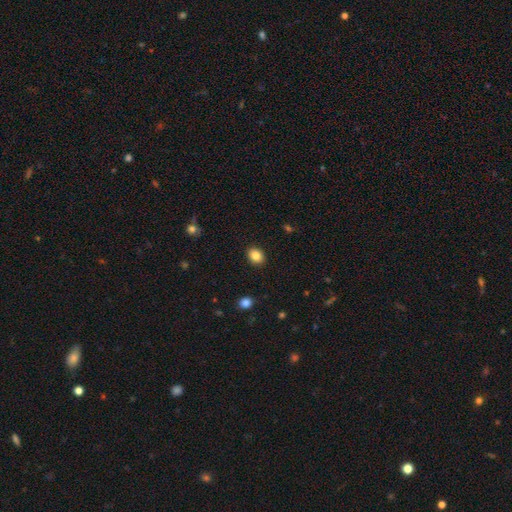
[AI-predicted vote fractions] Morphology: type=smooth (85%); roundness=round (53%); merging=none (91%).